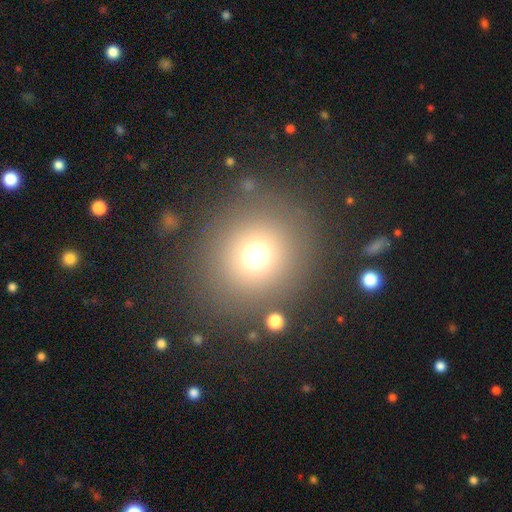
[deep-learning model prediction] This is likely a smooth galaxy (71%). How rounded: clearly round (91%). Merging: clearly none (84%).